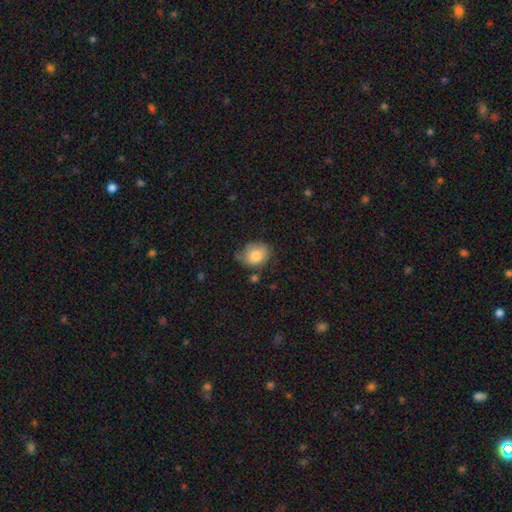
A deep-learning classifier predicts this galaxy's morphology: smooth 79%, featured or disk 14%, star or artifact 7%. Down the decision tree: how rounded — in between (51%); merging — none (55%).